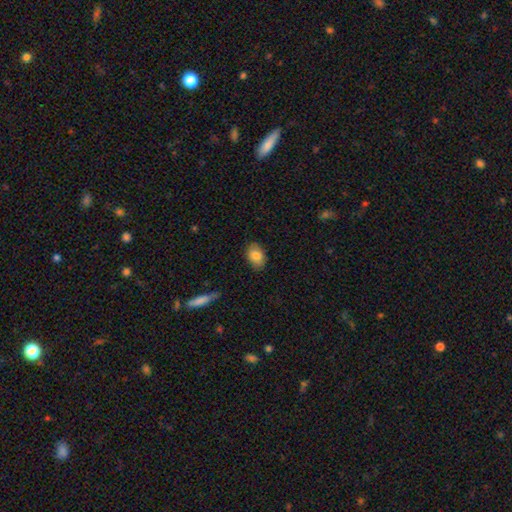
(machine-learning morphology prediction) This is clearly a smooth galaxy (83%). How rounded: clearly in between (82%). Merging: clearly none (84%).